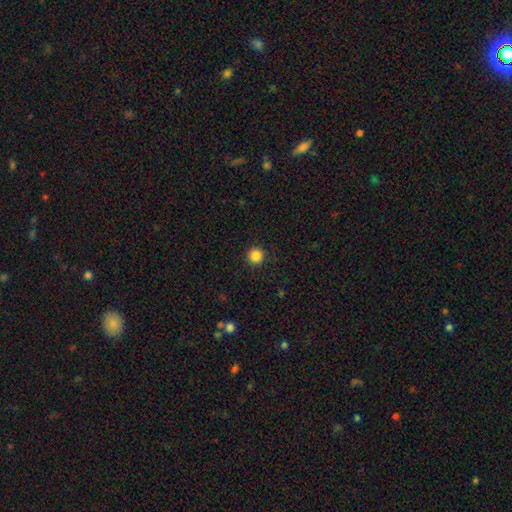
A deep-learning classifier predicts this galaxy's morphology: Q: Smooth or featured?
A: smooth (86%); runner-up: star or artifact (11%)
Q: How rounded?
A: round (96%); runner-up: in between (3%)
Q: Merging?
A: none (92%); runner-up: minor disturbance (5%)